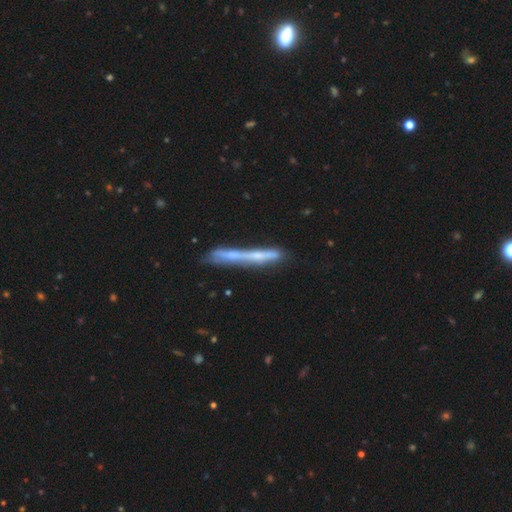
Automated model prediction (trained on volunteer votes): Smooth or featured? Predicted: featured or disk (p=0.56). Edge-on disk? Predicted: yes (p=0.89). Edge-on bulge? Predicted: none (p=0.75). Merging? Predicted: none (p=0.66).